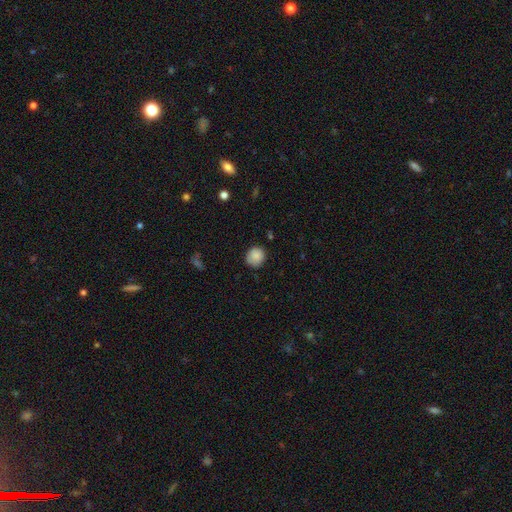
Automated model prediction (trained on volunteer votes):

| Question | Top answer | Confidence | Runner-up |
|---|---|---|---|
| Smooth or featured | smooth | 85% | star or artifact (8%) |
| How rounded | round | 82% | in between (17%) |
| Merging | none | 77% | minor disturbance (18%) |